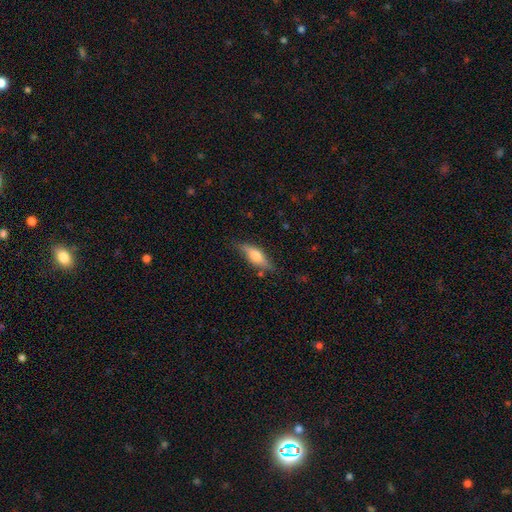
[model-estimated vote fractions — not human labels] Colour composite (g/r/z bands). It shows a smooth galaxy with no disk features (52%) that is in between round and cigar-shaped (51%). Merging: none (74%).